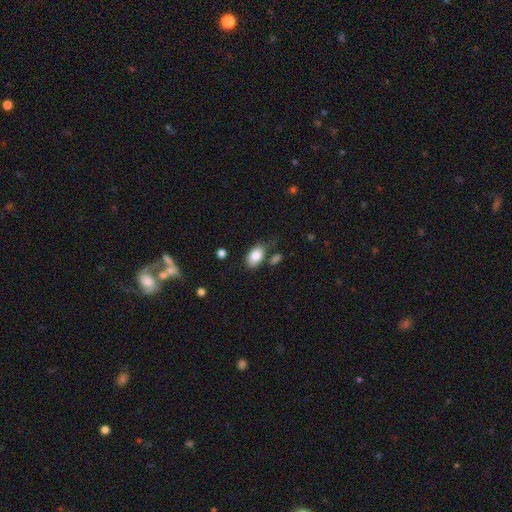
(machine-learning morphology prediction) smooth-or-featured: smooth: 84% | featured or disk: 9% | star or artifact: 7%
  how-rounded: in between: 91% | round: 8% | cigar-shaped: 1%
  merging: none: 66% | minor disturbance: 19% | merger: 9% | major disturbance: 6%